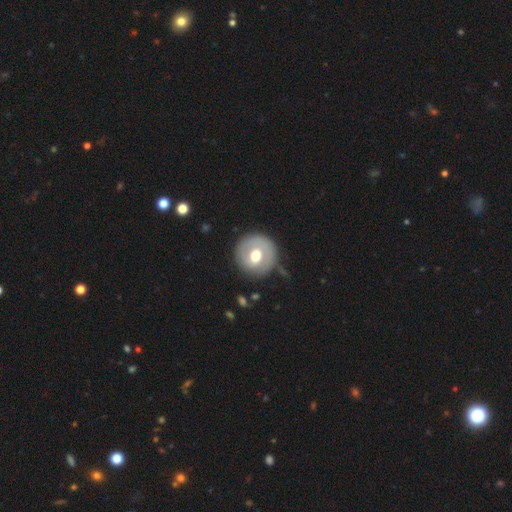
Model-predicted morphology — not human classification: Smooth or featured? Predicted: smooth (p=0.50). Merging? Predicted: none (p=0.79).